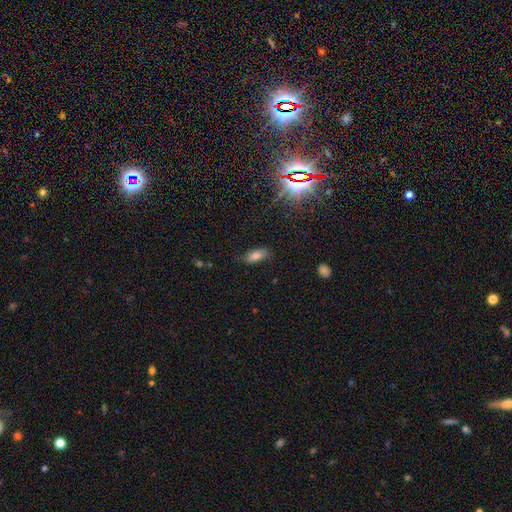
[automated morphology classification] Smooth or featured? smooth (77%)
How rounded? in between (84%)
Merging? none (77%)